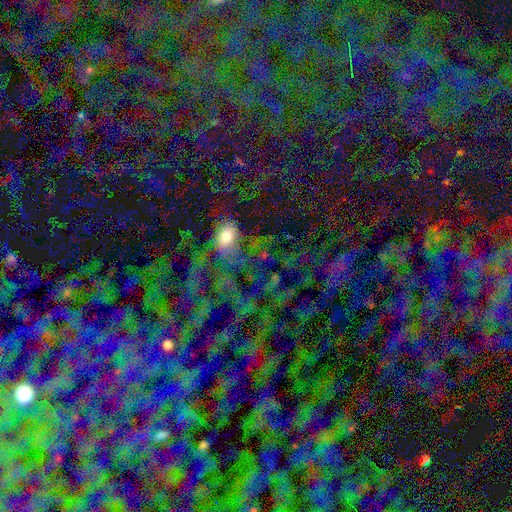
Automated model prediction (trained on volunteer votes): The model was most divided on "smooth or featured": star or artifact: 77%, smooth: 14%, featured or disk: 8%.